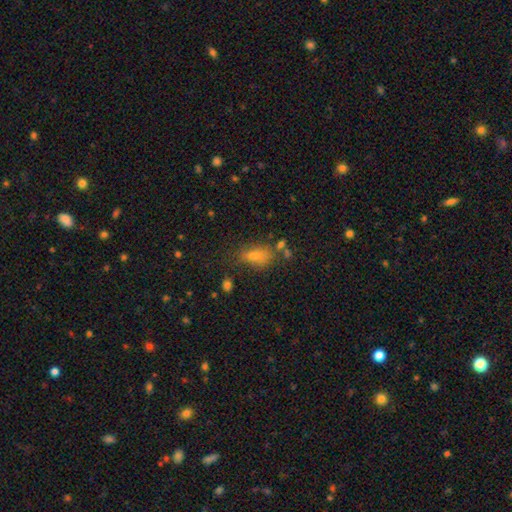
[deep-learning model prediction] Morphology: type=smooth (71%); roundness=in between (83%); merging=none (49%).